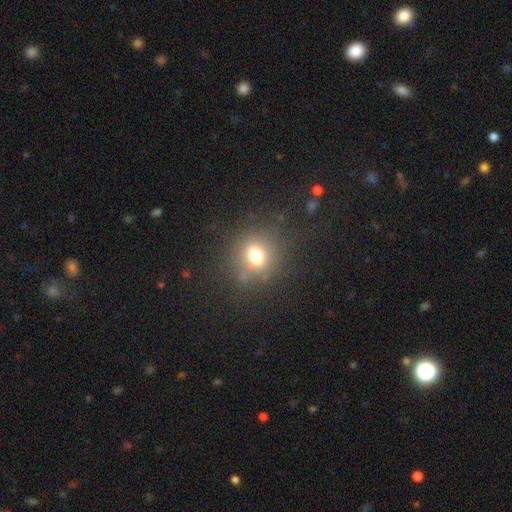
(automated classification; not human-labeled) Smooth or featured? smooth (70%)
How rounded? round (72%)
Merging? none (78%)